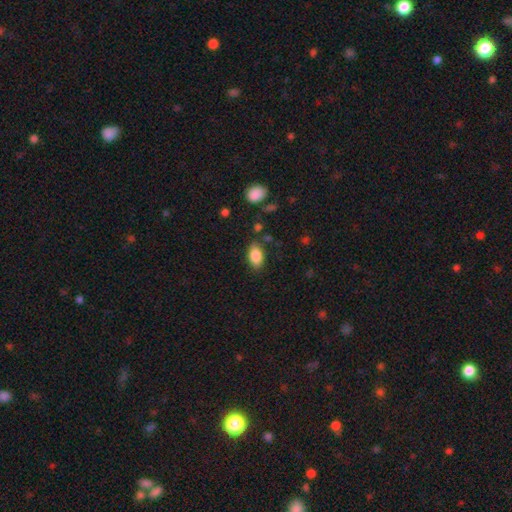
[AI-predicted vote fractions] smooth_or_featured: smooth (p=0.86) [alt: star or artifact p=0.08]
how_rounded: in between (p=0.91) [alt: round p=0.06]
merging: none (p=0.81) [alt: minor disturbance p=0.13]